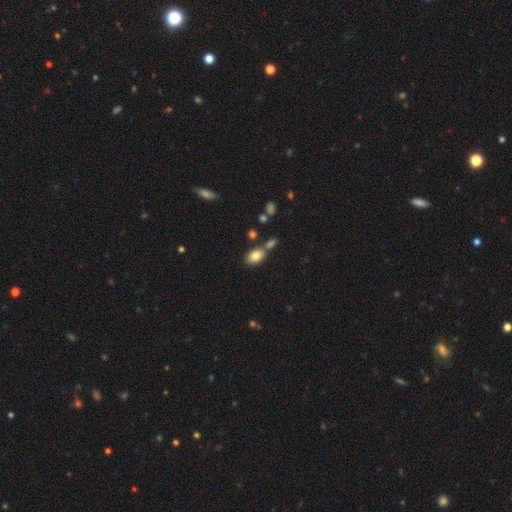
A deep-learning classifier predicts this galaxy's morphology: A smooth galaxy with no disk features (82%) that is in between round and cigar-shaped (87%).

Vote fractions:
- Smooth or featured? smooth: 82% / featured or disk: 9% / star or artifact: 8%
- How rounded? in between: 87% / round: 11% / cigar-shaped: 2%
- Merging? none: 63% / merger: 20% / minor disturbance: 13% / major disturbance: 4%